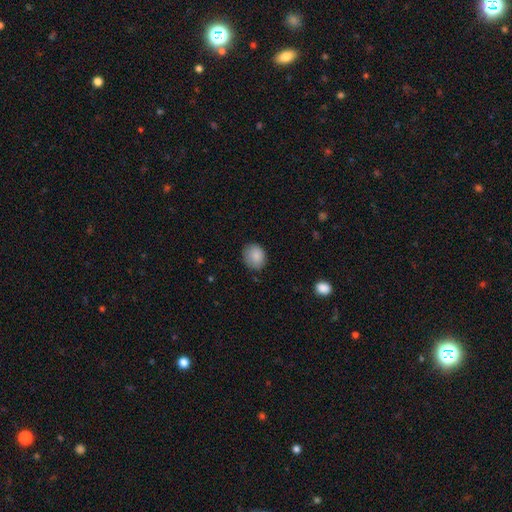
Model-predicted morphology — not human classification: Smooth or featured? Predicted: smooth (p=0.87). How rounded? Predicted: round (p=0.65). Merging? Predicted: none (p=0.77).